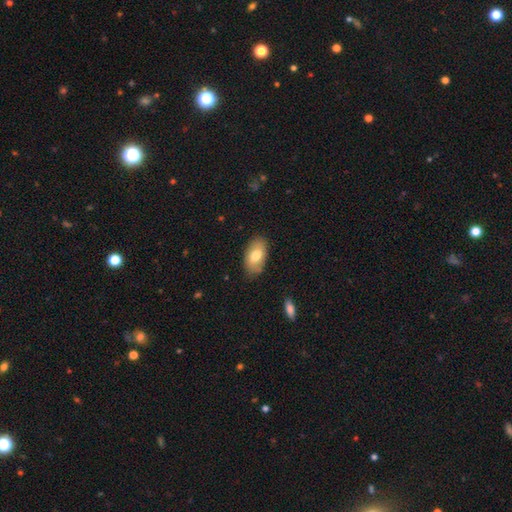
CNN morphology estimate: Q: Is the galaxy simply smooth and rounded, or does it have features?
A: smooth — 74%.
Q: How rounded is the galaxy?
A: in between — 93%.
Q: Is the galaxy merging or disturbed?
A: none — 83%.